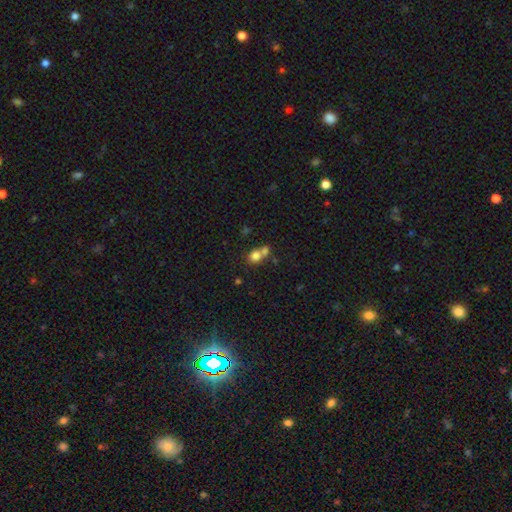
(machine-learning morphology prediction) Overall: smooth (77%). How rounded: round (66%; in between 33%). Merging: merger (50%; none 39%).